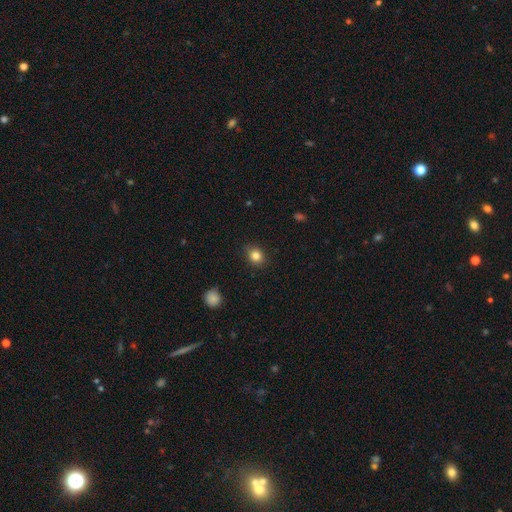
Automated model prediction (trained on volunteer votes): smooth_or_featured: smooth (p=0.83) [alt: star or artifact p=0.11]
how_rounded: round (p=0.65) [alt: in between p=0.34]
merging: none (p=0.85) [alt: minor disturbance p=0.11]